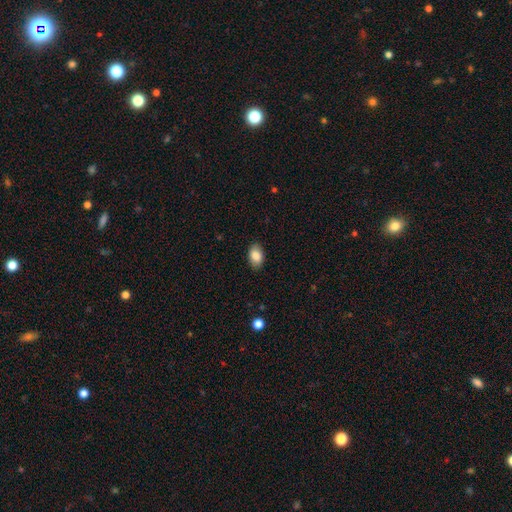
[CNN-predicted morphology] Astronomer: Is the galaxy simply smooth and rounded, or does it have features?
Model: smooth — 86%.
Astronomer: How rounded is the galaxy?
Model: in between — 89%.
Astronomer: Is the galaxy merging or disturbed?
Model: none — 87%.